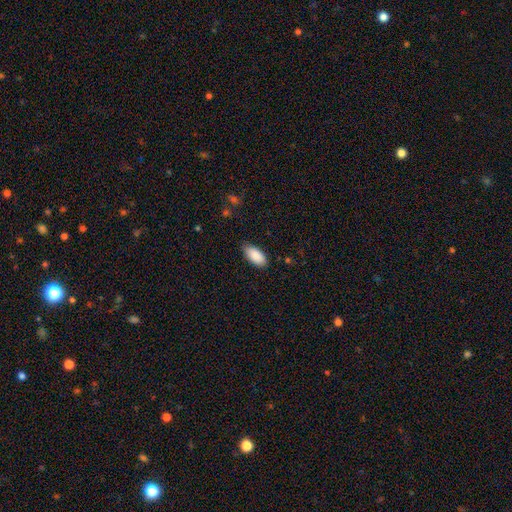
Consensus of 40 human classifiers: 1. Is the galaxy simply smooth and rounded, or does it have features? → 90% smooth, 5% featured or disk, 5% star or artifact.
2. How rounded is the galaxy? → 94% in between, 3% round, 3% cigar-shaped.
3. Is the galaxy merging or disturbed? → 84% none, 11% minor disturbance, 5% major disturbance, 0% merger.